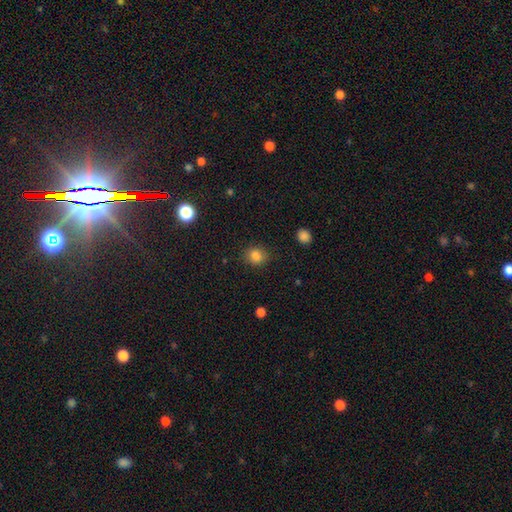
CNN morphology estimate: smooth 84%, star or artifact 12%, featured or disk 5%. Down the decision tree: how rounded — round (75%); merging — none (85%).